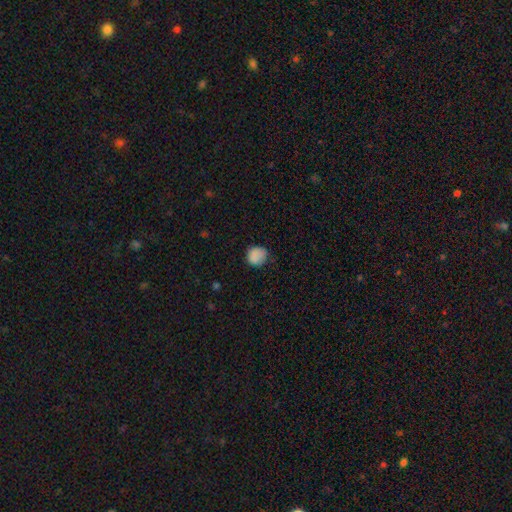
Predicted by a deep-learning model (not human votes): Smooth or featured? smooth (85%)
How rounded? round (81%)
Merging? none (70%)